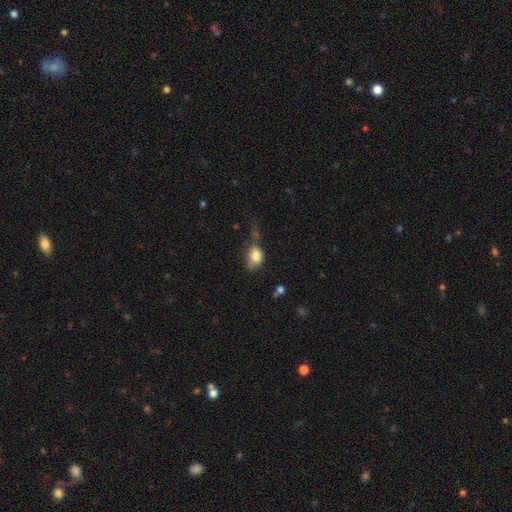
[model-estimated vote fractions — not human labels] Morphology: type=smooth (81%); roundness=in between (80%); merging=minor disturbance (34%).